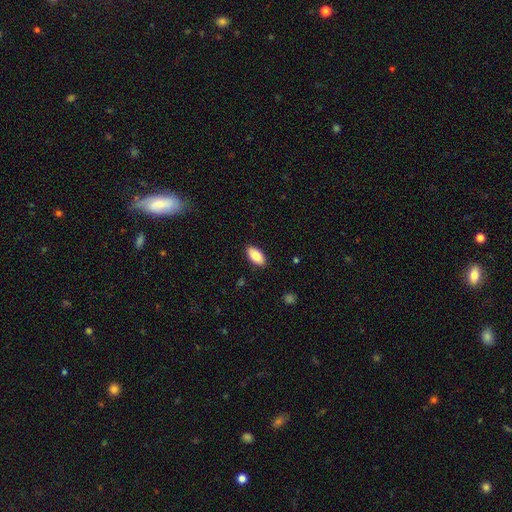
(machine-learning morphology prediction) Smooth or featured?
  - smooth: 84% *
  - featured or disk: 9%
  - star or artifact: 6%
How rounded?
  - in between: 92% *
  - cigar-shaped: 5%
  - round: 3%
Merging?
  - none: 88% *
  - minor disturbance: 9%
  - major disturbance: 2%
  - merger: 1%